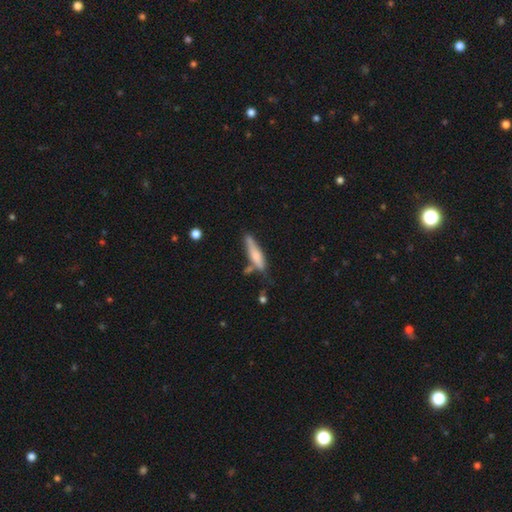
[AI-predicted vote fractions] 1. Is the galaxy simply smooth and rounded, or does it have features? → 66% smooth, 28% featured or disk, 6% star or artifact.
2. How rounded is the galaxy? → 79% cigar-shaped, 19% in between, 2% round.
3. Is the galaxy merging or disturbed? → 60% none, 24% minor disturbance, 10% merger, 7% major disturbance.